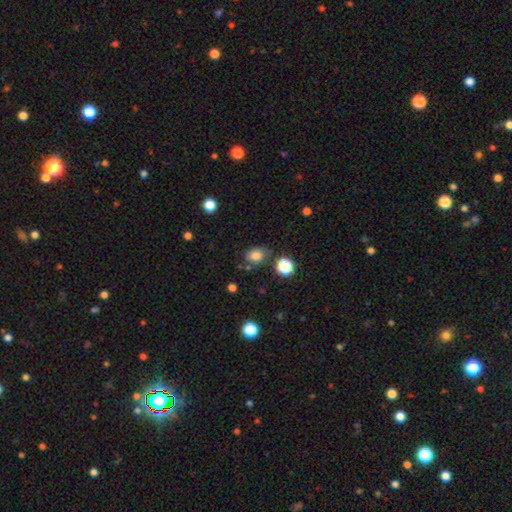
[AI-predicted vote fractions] Q: Smooth or featured?
A: smooth (80%); runner-up: star or artifact (13%)
Q: How rounded?
A: in between (58%); runner-up: round (40%)
Q: Merging?
A: none (73%); runner-up: minor disturbance (16%)